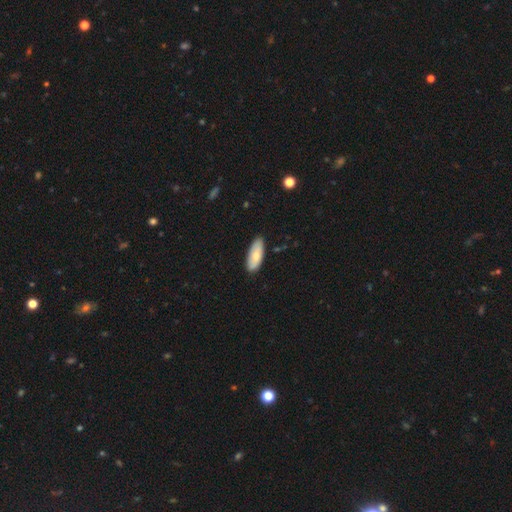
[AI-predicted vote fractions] Q: Smooth or featured?
A: smooth (74%); runner-up: featured or disk (20%)
Q: How rounded?
A: in between (79%); runner-up: cigar-shaped (19%)
Q: Merging?
A: none (84%); runner-up: minor disturbance (12%)